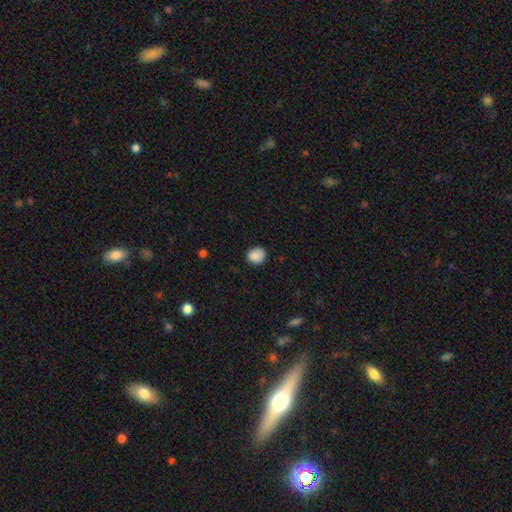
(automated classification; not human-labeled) Smooth or featured? smooth (88%)
How rounded? round (81%)
Merging? none (84%)